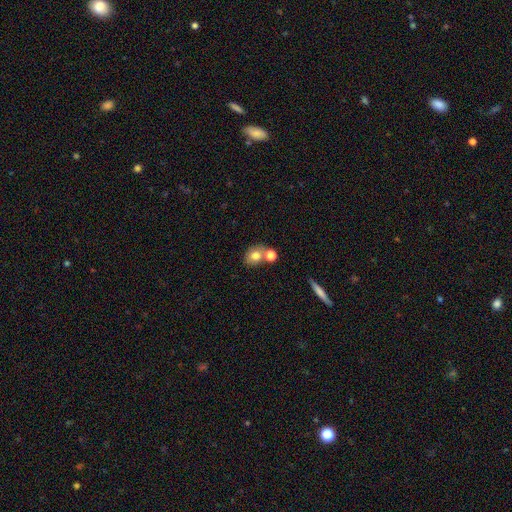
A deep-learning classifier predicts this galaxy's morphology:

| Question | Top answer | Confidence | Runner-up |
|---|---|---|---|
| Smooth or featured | smooth | 76% | featured or disk (13%) |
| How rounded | round | 52% | in between (46%) |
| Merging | none | 56% | merger (30%) |